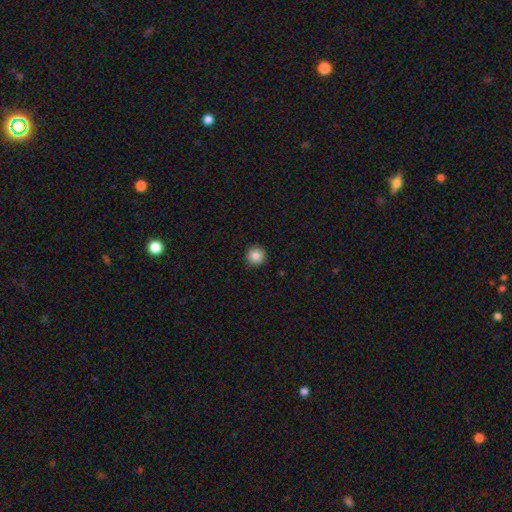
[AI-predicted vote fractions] A smooth galaxy with no disk features (86%) that is round (96%).

Vote fractions:
- Smooth or featured? smooth: 86% / star or artifact: 10% / featured or disk: 4%
- How rounded? round: 96% / in between: 3% / cigar-shaped: 1%
- Merging? none: 93% / minor disturbance: 4% / major disturbance: 2% / merger: 1%